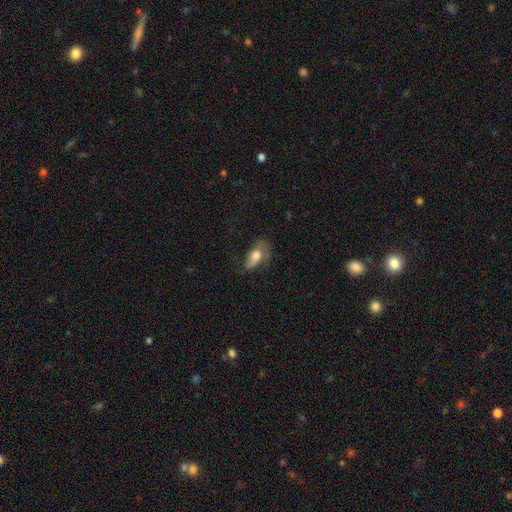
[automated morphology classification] A smooth galaxy with no disk features (63%) that is in between round and cigar-shaped (84%).

Vote fractions:
- Smooth or featured? smooth: 63% / featured or disk: 28% / star or artifact: 8%
- How rounded? in between: 84% / cigar-shaped: 11% / round: 5%
- Merging? none: 40% / minor disturbance: 30% / major disturbance: 28% / merger: 2%